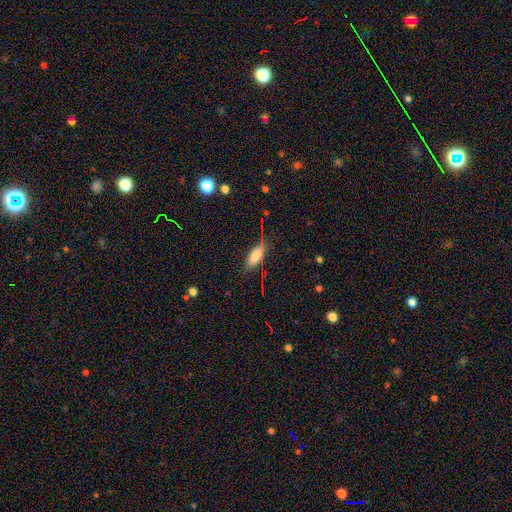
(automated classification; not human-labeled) Smooth or featured: smooth — 66% (featured or disk — 22%)
How rounded: in between — 74% (cigar-shaped — 22%)
Merging: none — 63% (minor disturbance — 24%)